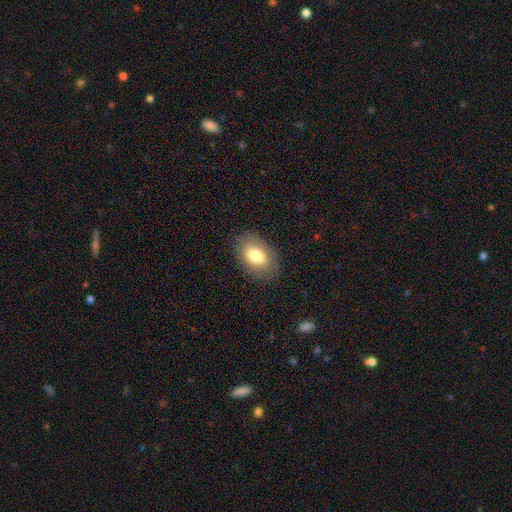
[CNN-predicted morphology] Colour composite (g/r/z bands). It shows a smooth galaxy with no disk features (77%) that is in between round and cigar-shaped (87%). Merging: none (83%).